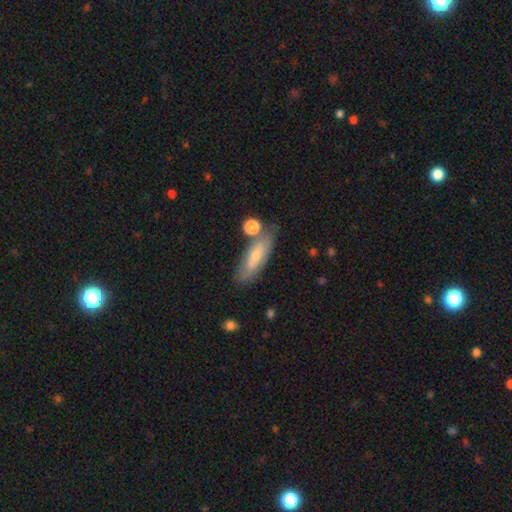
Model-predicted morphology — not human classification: Smooth or featured: smooth — 59% (featured or disk — 34%)
How rounded: in between — 52% (cigar-shaped — 45%)
Merging: none — 68% (minor disturbance — 18%)